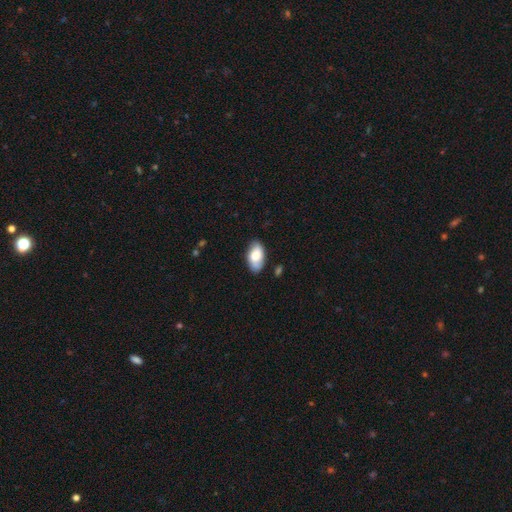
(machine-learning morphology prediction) Smooth or featured: smooth — 71% (featured or disk — 22%)
How rounded: in between — 94% (round — 4%)
Merging: none — 72% (minor disturbance — 22%)